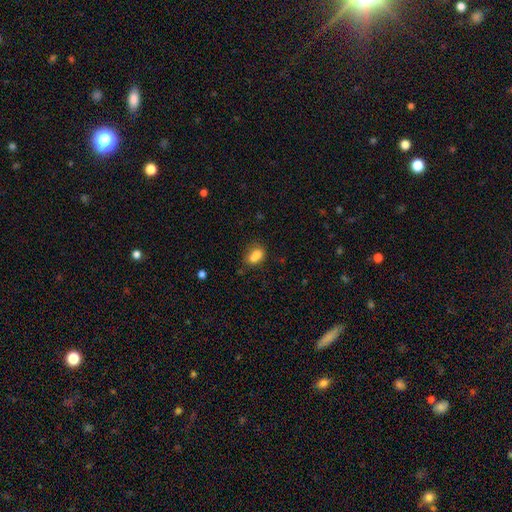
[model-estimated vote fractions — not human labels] Smooth or featured?
  - smooth: 75% *
  - featured or disk: 14%
  - star or artifact: 11%
How rounded?
  - in between: 66% *
  - round: 31%
  - cigar-shaped: 3%
Merging?
  - merger: 46% *
  - none: 36%
  - minor disturbance: 13%
  - major disturbance: 5%